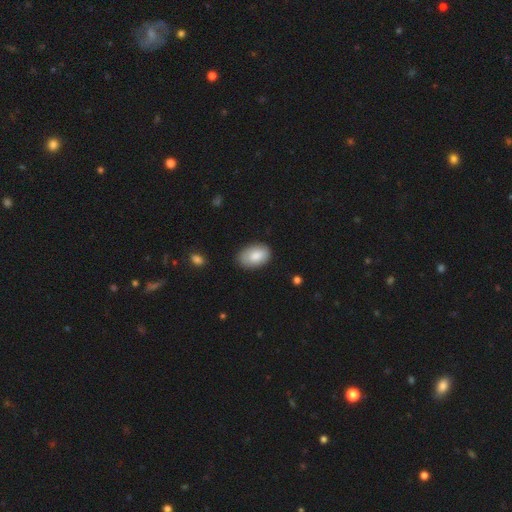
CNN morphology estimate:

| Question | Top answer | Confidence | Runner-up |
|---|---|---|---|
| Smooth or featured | smooth | 84% | featured or disk (9%) |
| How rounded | in between | 91% | round (7%) |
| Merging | none | 81% | minor disturbance (15%) |